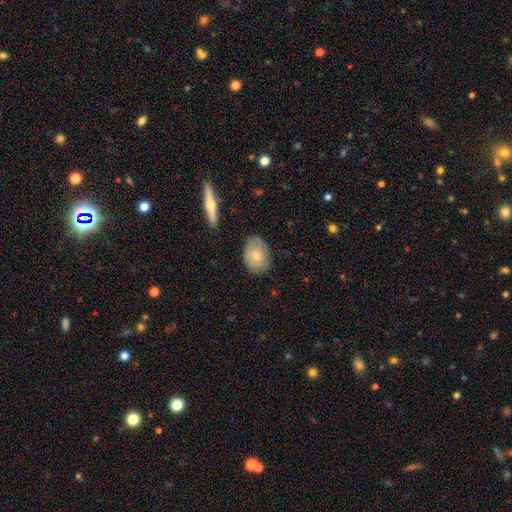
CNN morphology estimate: Smooth or featured? Predicted: smooth (p=0.76). How rounded? Predicted: in between (p=0.81). Merging? Predicted: none (p=0.76).